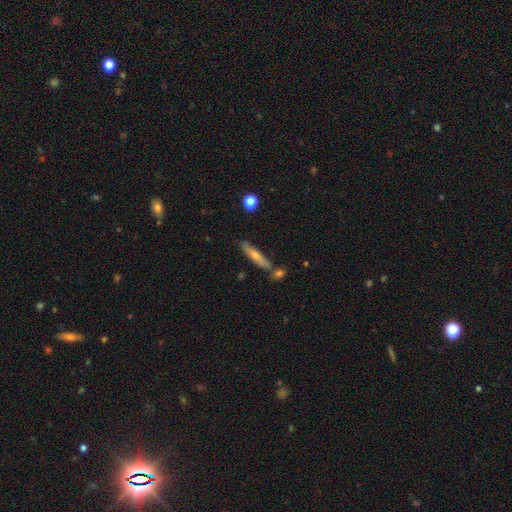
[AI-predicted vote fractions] This appears to be a smooth galaxy with no disk features (59%) that is cigar-shaped (87%). Merging: none (72%).